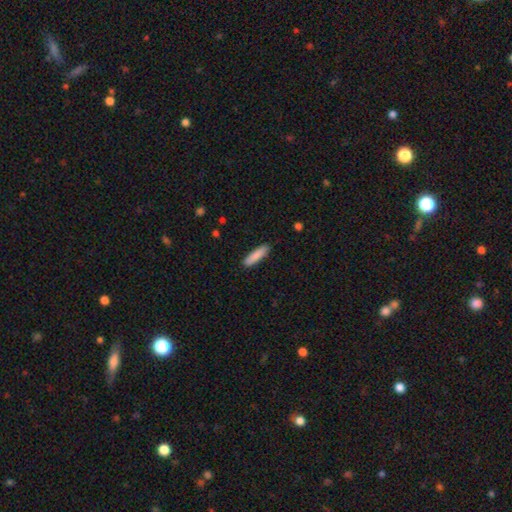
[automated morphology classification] smooth_or_featured: smooth (p=0.86) [alt: featured or disk p=0.08]
how_rounded: cigar-shaped (p=0.75) [alt: in between p=0.23]
merging: none (p=0.88) [alt: minor disturbance p=0.09]